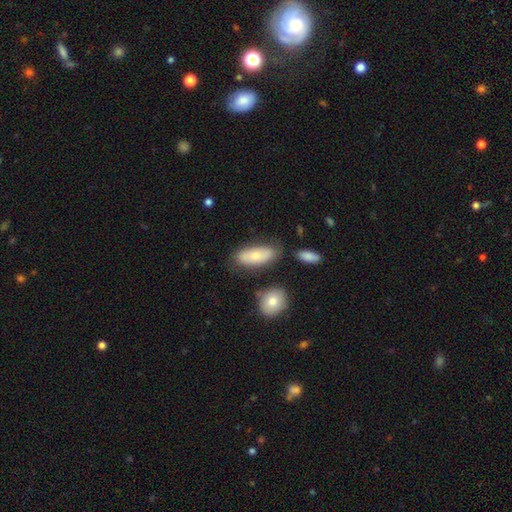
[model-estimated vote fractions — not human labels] smooth 68%, featured or disk 25%, star or artifact 7%. Down the decision tree: how rounded — in between (83%); merging — none (69%).